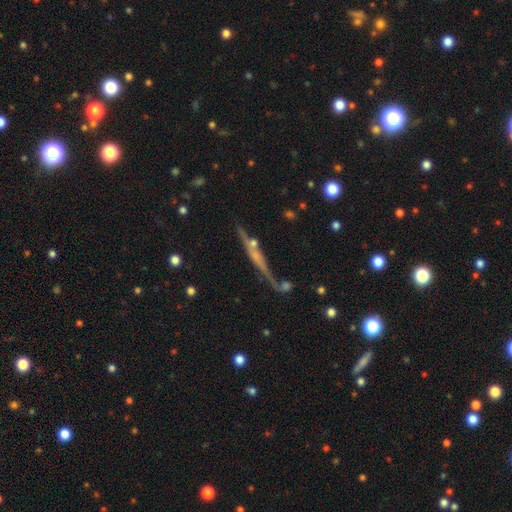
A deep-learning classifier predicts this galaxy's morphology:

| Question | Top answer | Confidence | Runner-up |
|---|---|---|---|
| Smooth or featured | featured or disk | 63% | smooth (24%) |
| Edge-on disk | yes | 91% | no (9%) |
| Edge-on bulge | none | 49% | rounded (39%) |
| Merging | none | 64% | minor disturbance (16%) |